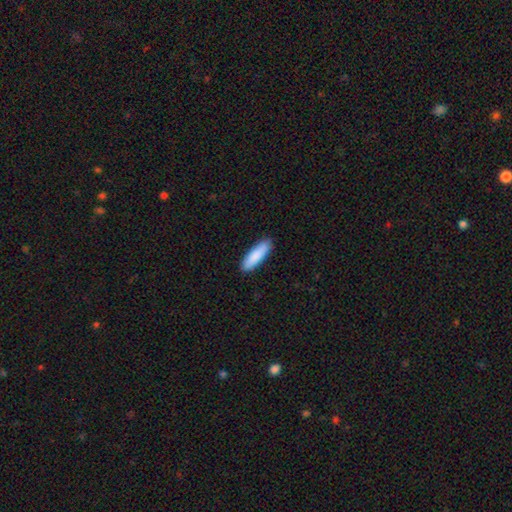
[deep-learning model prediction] A smooth galaxy with no disk features (87%) that is cigar-shaped (63%). Merging: none (89%).